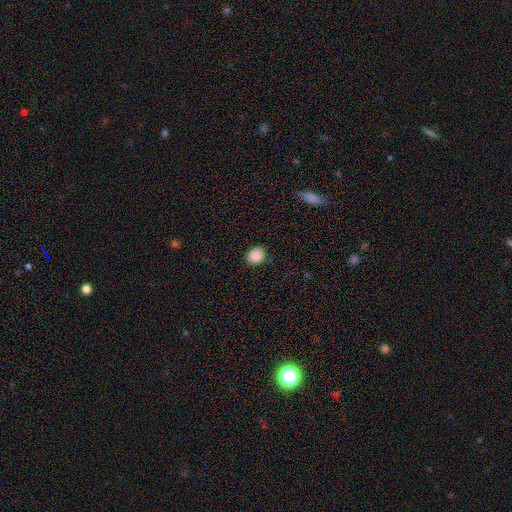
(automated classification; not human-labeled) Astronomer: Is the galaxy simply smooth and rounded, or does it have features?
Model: smooth — 88%.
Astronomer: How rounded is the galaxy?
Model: round — 77%.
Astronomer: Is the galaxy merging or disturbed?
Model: none — 88%.